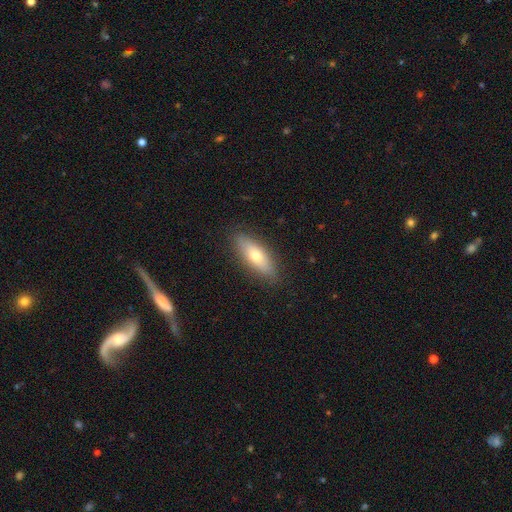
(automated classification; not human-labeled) The model was most divided on "how rounded": in between: 55%, cigar-shaped: 43%, round: 3%. More confident: merging — none (87%); smooth or featured — smooth (64%).